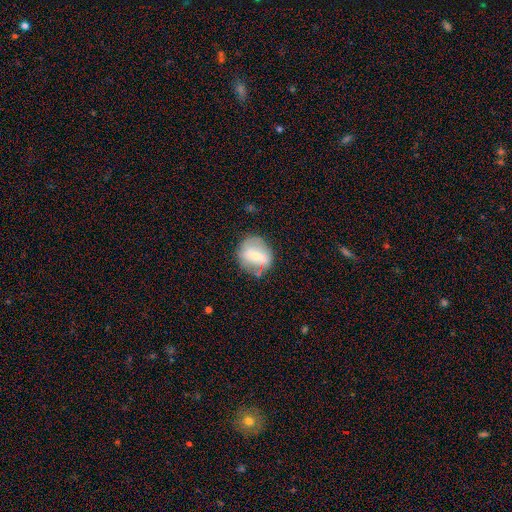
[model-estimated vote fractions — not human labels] The model was most divided on "bulge size": small: 52%, moderate: 43%, large: 3%, none: 2%, dominant: 1%. Remaining: edge-on disk — no (95%); merging — none (70%); spiral arms — yes (61%); smooth or featured — featured or disk (55%); bar — weak (43%).